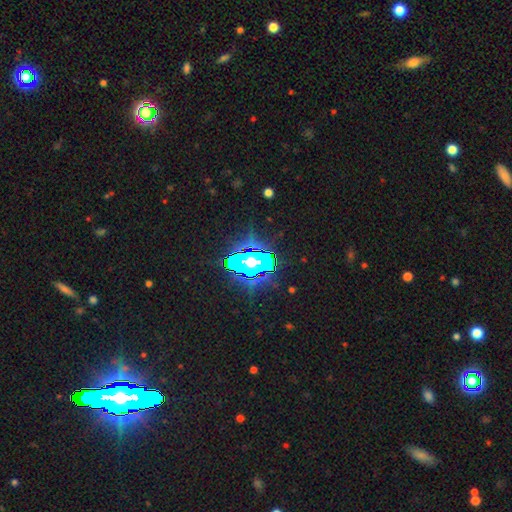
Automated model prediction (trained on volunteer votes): This appears to be a star or artifact, not a galaxy (50%).